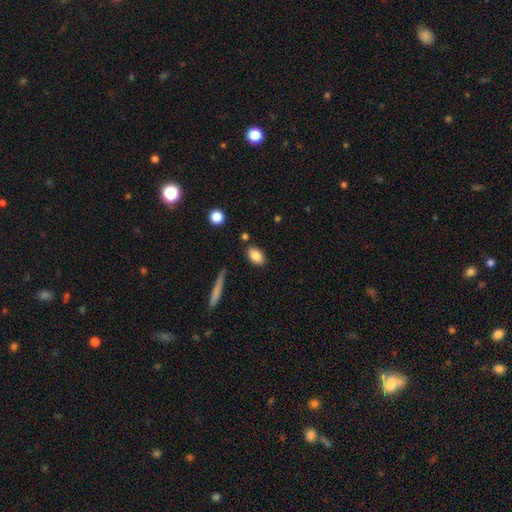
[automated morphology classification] smooth-or-featured: smooth: 84% | featured or disk: 9% | star or artifact: 8%
  how-rounded: in between: 87% | round: 10% | cigar-shaped: 3%
  merging: none: 83% | minor disturbance: 10% | merger: 4% | major disturbance: 3%